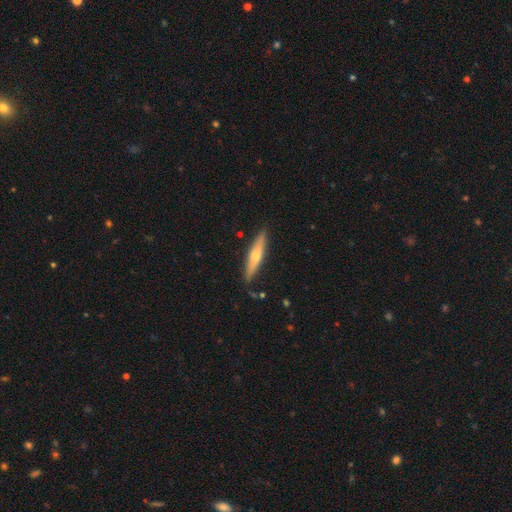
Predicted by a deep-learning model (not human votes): Smooth or featured? smooth (49%)
Merging? none (86%)